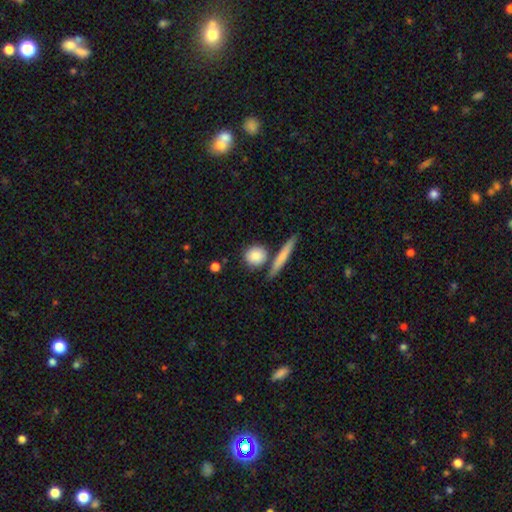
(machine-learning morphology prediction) Smooth or featured? smooth (83%)
How rounded? round (76%)
Merging? none (73%)